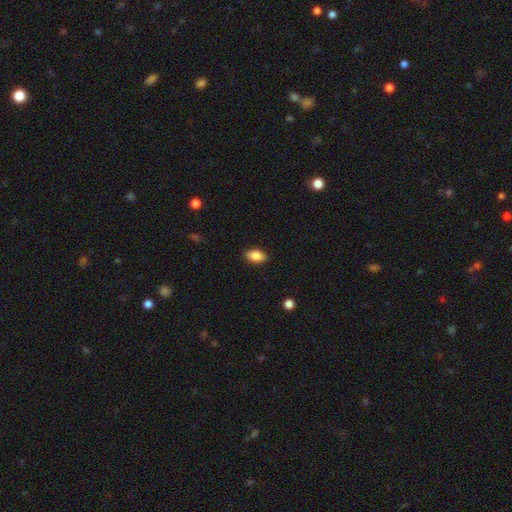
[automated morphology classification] smooth 87%, star or artifact 7%, featured or disk 5%. Down the decision tree: how rounded — in between (91%); merging — none (88%).